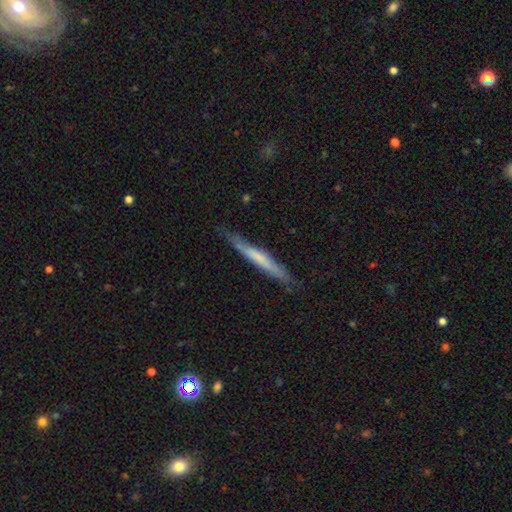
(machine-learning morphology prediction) This appears to be a featured or disk galaxy (47%, tied with smooth). Merging: none (80%).